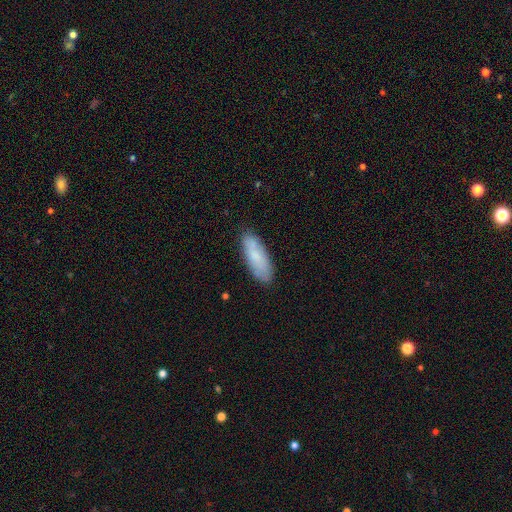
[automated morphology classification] smooth 74%, featured or disk 19%, star or artifact 7%. Down the decision tree: how rounded — in between (64%); merging — none (80%).